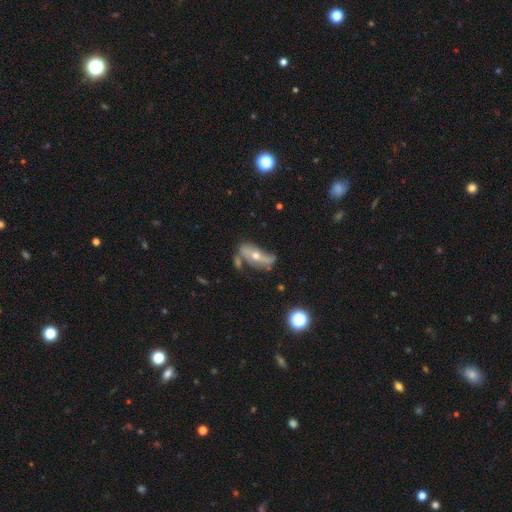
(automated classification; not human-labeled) Overall: featured or disk (66%). Edge-on disk: no (72%). Merging: none (44%; minor disturbance 26%).